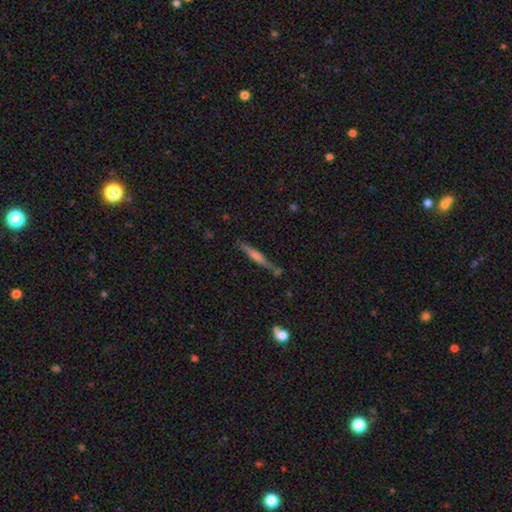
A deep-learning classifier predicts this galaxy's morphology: smooth-or-featured: featured or disk: 61% | smooth: 31% | star or artifact: 8%
  disk-edge-on: yes: 97% | no: 3%
    edge-on-bulge: rounded: 60% | boxy: 20% | none: 20%
  merging: none: 80% | minor disturbance: 12% | merger: 5% | major disturbance: 3%